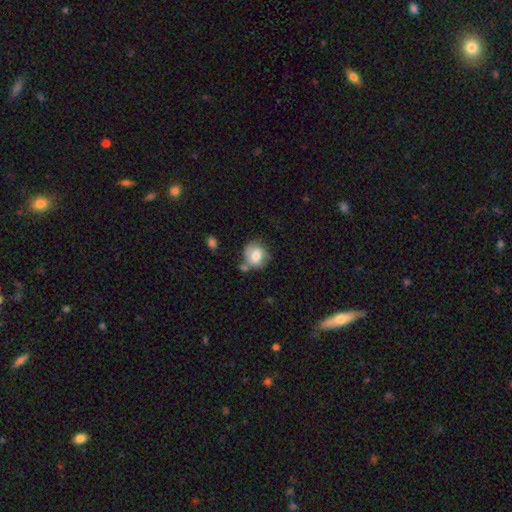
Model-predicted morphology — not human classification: smooth-or-featured: smooth: 69% | featured or disk: 23% | star or artifact: 8%
  how-rounded: round: 72% | in between: 27% | cigar-shaped: 1%
  merging: none: 51% | minor disturbance: 24% | merger: 17% | major disturbance: 9%